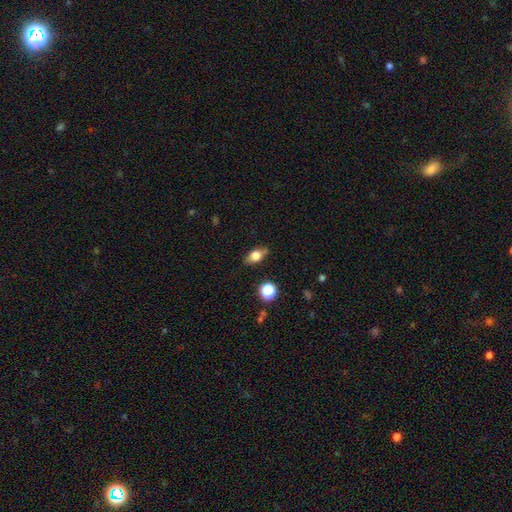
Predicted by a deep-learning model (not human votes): Morphology: type=smooth (70%); roundness=in between (77%); merging=none (78%).